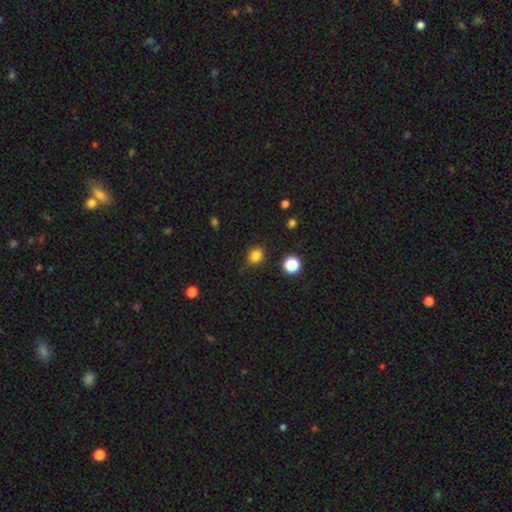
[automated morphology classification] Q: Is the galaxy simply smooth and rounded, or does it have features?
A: smooth — 82%.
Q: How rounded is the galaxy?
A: round — 72%.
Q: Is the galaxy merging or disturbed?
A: none — 85%.